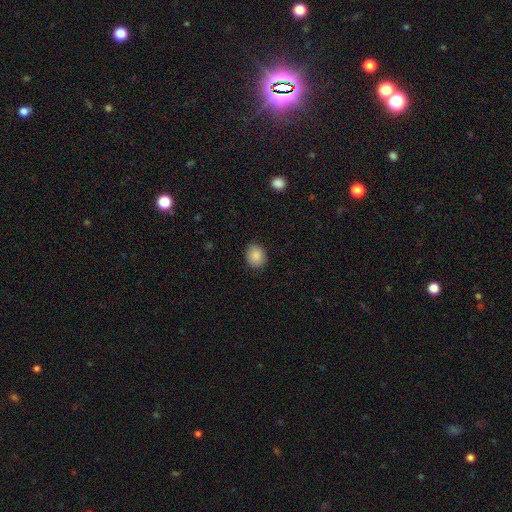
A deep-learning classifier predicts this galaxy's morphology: Smooth or featured? smooth (88%)
How rounded? round (62%)
Merging? none (89%)